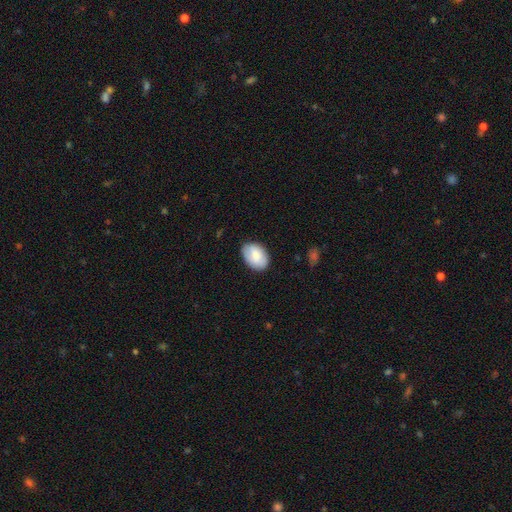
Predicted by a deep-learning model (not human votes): Smooth or featured: smooth — 82% (featured or disk — 12%)
How rounded: in between — 88% (round — 11%)
Merging: none — 82% (minor disturbance — 14%)